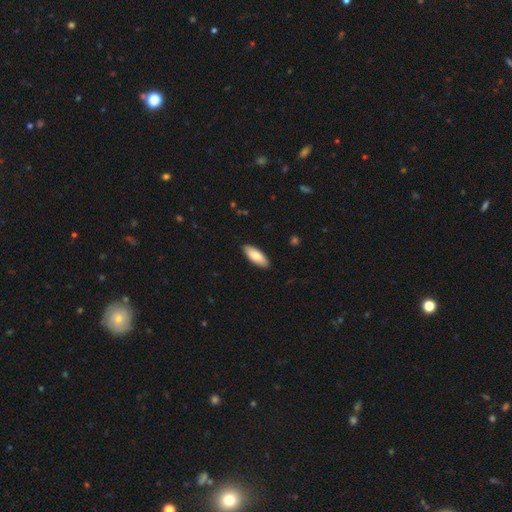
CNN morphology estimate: A smooth galaxy with no disk features (81%) that is in between round and cigar-shaped (77%). Merging: none (89%).